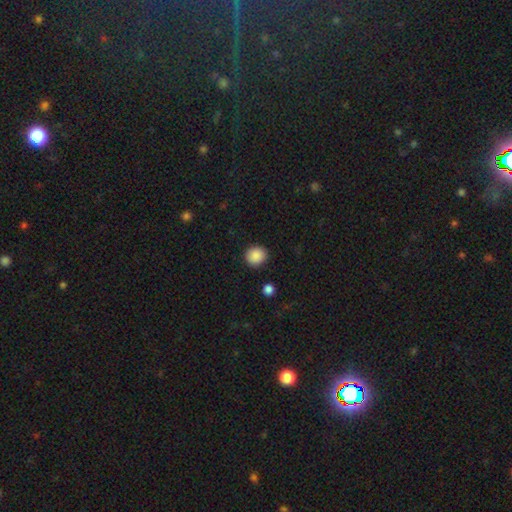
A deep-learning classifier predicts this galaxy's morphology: This is clearly a smooth galaxy (89%). How rounded: clearly round (89%). Merging: clearly none (91%).